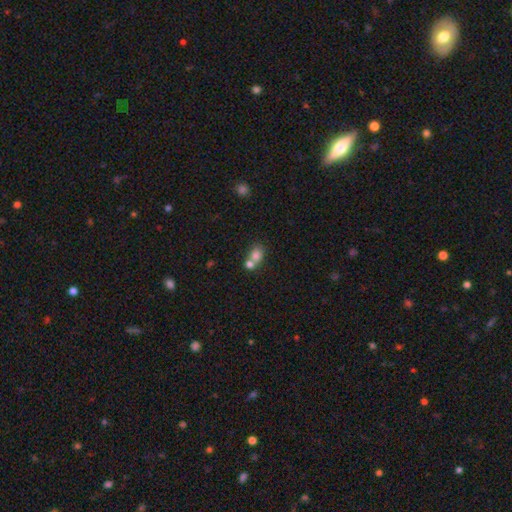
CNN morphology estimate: smooth_or_featured: smooth (p=0.78) [alt: featured or disk p=0.11]
how_rounded: round (p=0.52) [alt: in between p=0.46]
merging: merger (p=0.57) [alt: none p=0.33]